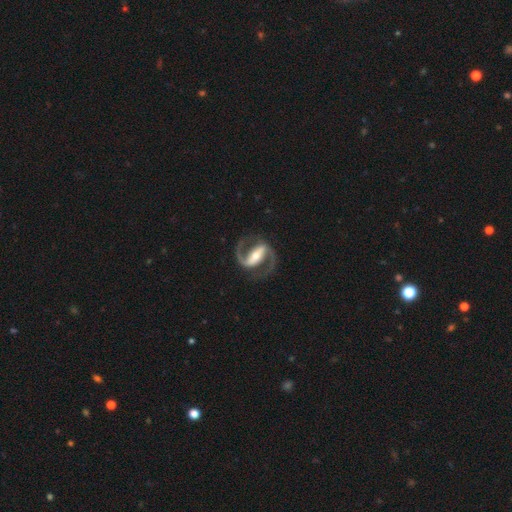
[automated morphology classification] The model was most divided on "bulge size": moderate: 56%, small: 32%, large: 9%, none: 2%, dominant: 1%. More confident: spiral arms — yes (98%); edge-on disk — no (97%); spiral arm count — 2 (94%); smooth or featured — featured or disk (93%); merging — none (82%); bar — strong (70%); spiral winding — medium (60%).